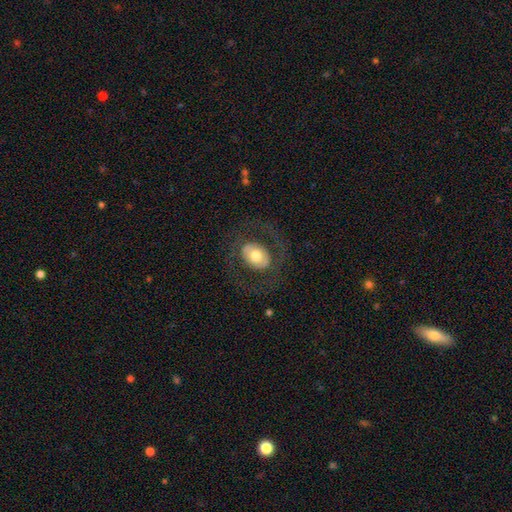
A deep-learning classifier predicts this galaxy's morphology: This appears to be a smooth galaxy with no disk features (48%). Merging: none (74%).